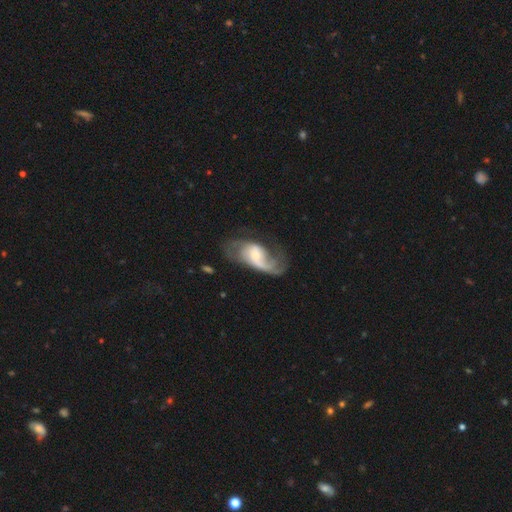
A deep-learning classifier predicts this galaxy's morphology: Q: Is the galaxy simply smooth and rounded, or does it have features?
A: featured or disk — 72%.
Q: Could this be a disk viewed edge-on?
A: no — 96%.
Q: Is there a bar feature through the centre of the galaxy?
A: no — 52%.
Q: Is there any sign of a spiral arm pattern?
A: yes — 87%.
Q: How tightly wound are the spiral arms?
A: loose — 52%.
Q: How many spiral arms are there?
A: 2 — 42%, tied with 1.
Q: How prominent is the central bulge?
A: small — 48%.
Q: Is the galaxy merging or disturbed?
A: none — 40%.